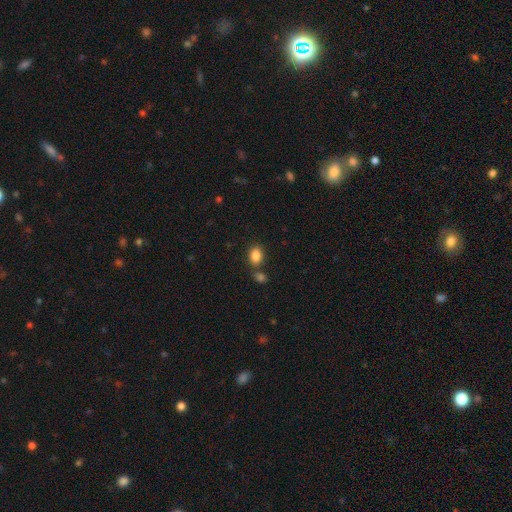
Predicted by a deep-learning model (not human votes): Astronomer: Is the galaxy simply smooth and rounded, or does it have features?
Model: smooth — 86%.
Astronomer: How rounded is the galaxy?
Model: in between — 74%.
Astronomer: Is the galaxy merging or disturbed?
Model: none — 68%.